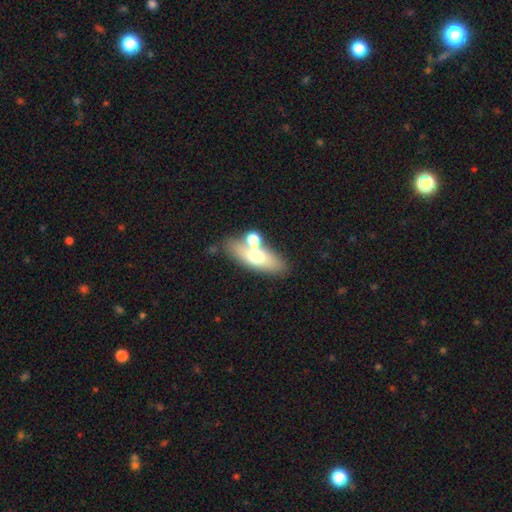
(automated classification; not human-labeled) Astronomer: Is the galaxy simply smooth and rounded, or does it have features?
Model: smooth — 57% (runner-up: featured or disk, 34%).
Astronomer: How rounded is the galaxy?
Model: in between — 64%.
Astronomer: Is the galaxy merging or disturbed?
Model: none — 54% (runner-up: merger, 29%).